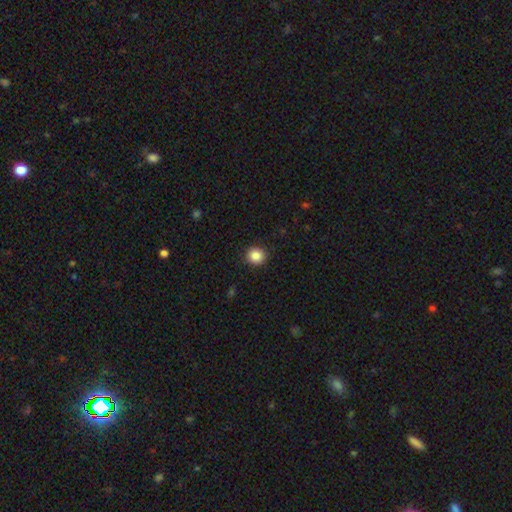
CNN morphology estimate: smooth_or_featured: smooth (p=0.87) [alt: star or artifact p=0.09]
how_rounded: round (p=0.90) [alt: in between p=0.09]
merging: none (p=0.91) [alt: minor disturbance p=0.06]